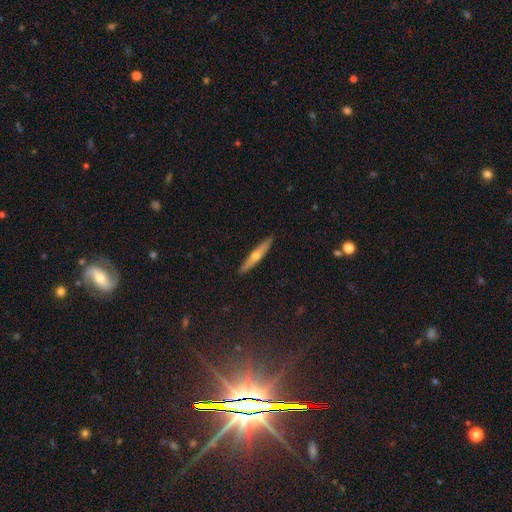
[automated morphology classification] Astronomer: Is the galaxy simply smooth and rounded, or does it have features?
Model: featured or disk — 59% (runner-up: smooth, 34%).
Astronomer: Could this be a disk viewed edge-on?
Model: yes — 95%.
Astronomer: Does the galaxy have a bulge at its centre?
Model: rounded — 87%.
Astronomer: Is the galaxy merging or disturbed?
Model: none — 91%.